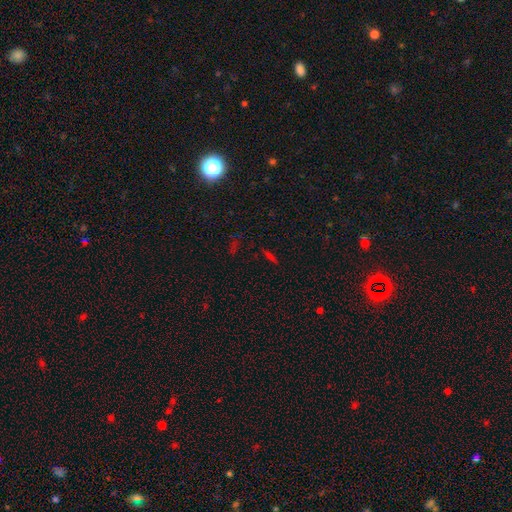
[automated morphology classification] Smooth or featured?
  - star or artifact: 43% *
  - smooth: 39%
  - featured or disk: 18%